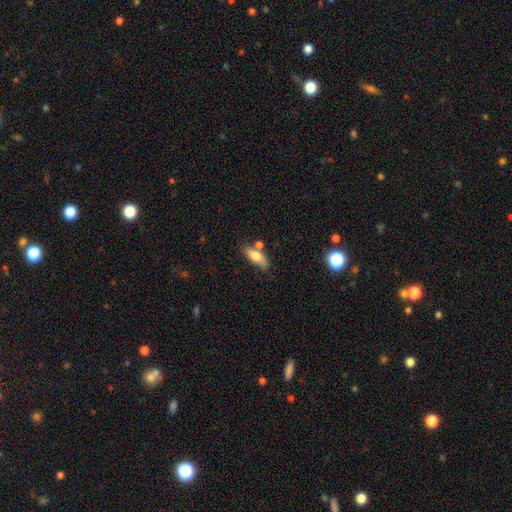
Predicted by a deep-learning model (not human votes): Q: Smooth or featured?
A: smooth (71%); runner-up: featured or disk (22%)
Q: How rounded?
A: in between (66%); runner-up: cigar-shaped (31%)
Q: Merging?
A: none (59%); runner-up: minor disturbance (20%)